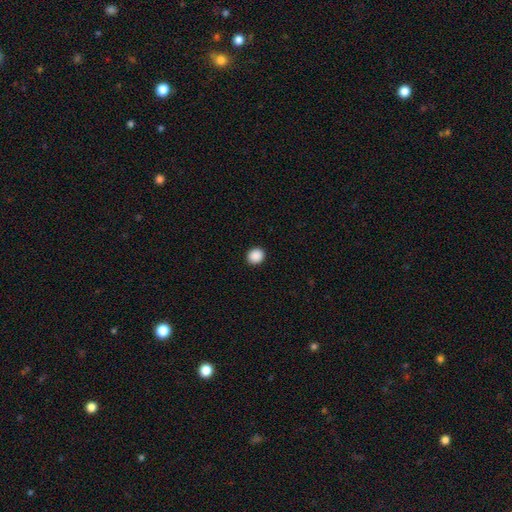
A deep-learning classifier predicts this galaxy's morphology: A smooth galaxy with no disk features (89%) that is round (81%).

Vote fractions:
- Smooth or featured? smooth: 89% / star or artifact: 9% / featured or disk: 2%
- How rounded? round: 81% / in between: 18% / cigar-shaped: 1%
- Merging? none: 93% / minor disturbance: 5% / major disturbance: 2% / merger: 1%